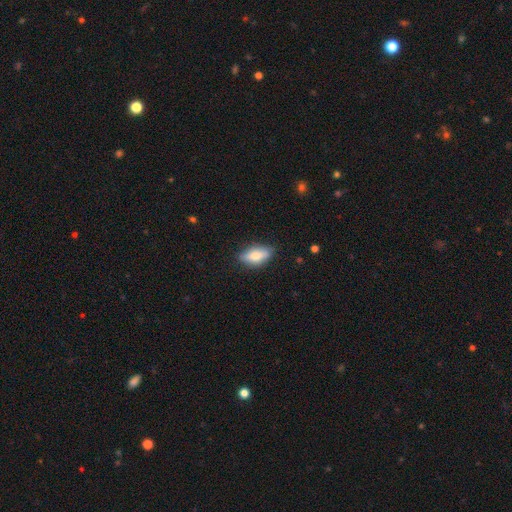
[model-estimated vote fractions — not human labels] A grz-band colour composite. It shows a smooth galaxy with no disk features (67%) that is in between round and cigar-shaped (83%). Merging: none (79%).